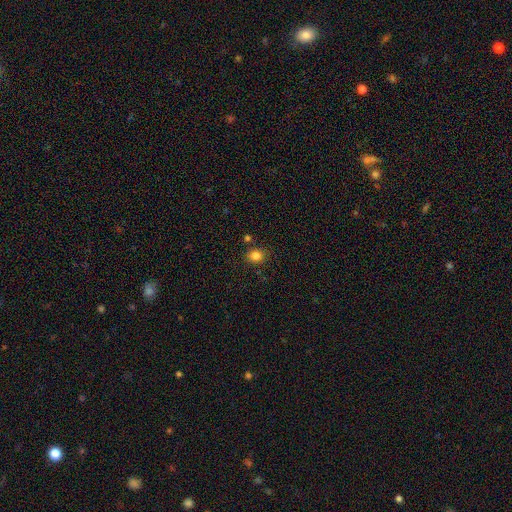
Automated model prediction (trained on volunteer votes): The model was most divided on "how rounded": round: 61%, in between: 38%, cigar-shaped: 1%. More confident: smooth or featured — smooth (83%); merging — none (82%).